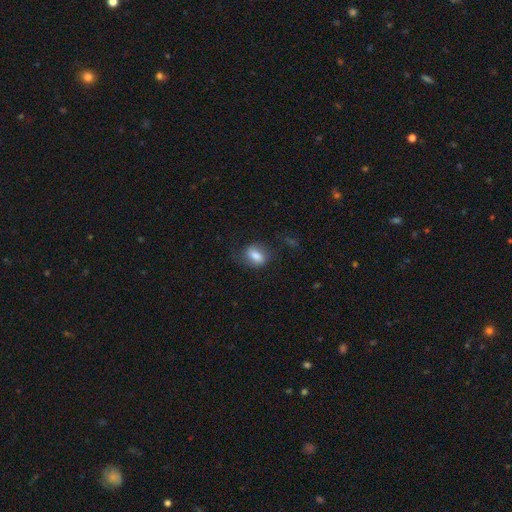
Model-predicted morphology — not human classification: Smooth or featured? Predicted: smooth (p=0.74). How rounded? Predicted: in between (p=0.76). Merging? Predicted: none (p=0.67).